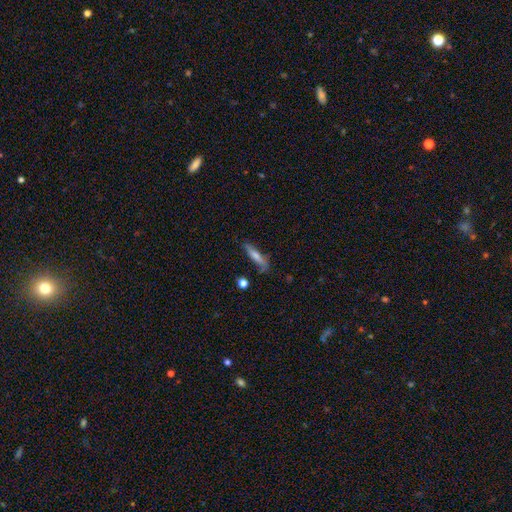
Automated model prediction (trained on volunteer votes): Smooth or featured: smooth — 57% (featured or disk — 35%)
How rounded: cigar-shaped — 83% (in between — 15%)
Merging: none — 71% (minor disturbance — 20%)